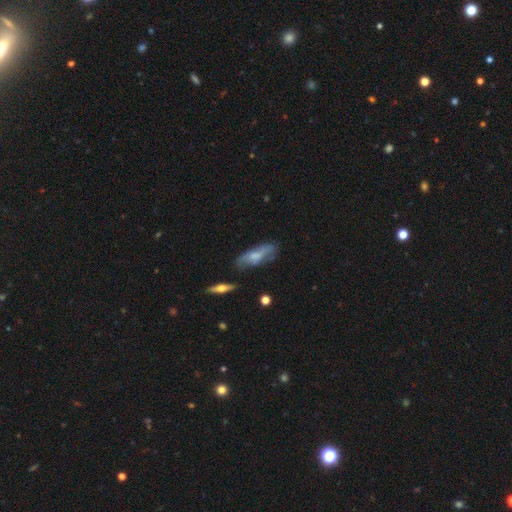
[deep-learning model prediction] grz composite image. It shows a smooth galaxy with no disk features (54%) that is in between round and cigar-shaped (59%). Merging: none (55%).